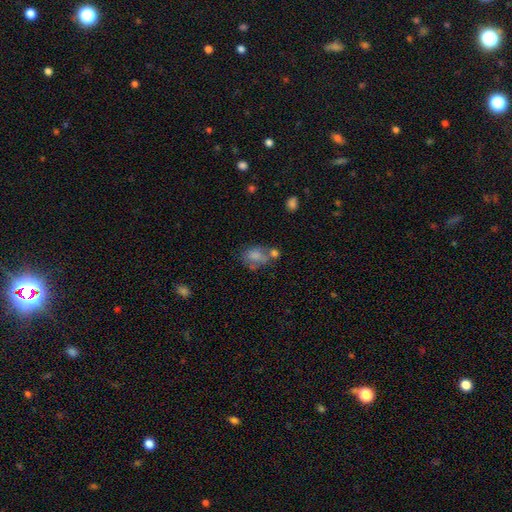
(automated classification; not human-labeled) Smooth or featured?
  - smooth: 68% *
  - featured or disk: 21%
  - star or artifact: 11%
How rounded?
  - in between: 71% *
  - round: 28%
  - cigar-shaped: 1%
Merging?
  - merger: 34% *
  - none: 33%
  - minor disturbance: 19%
  - major disturbance: 14%